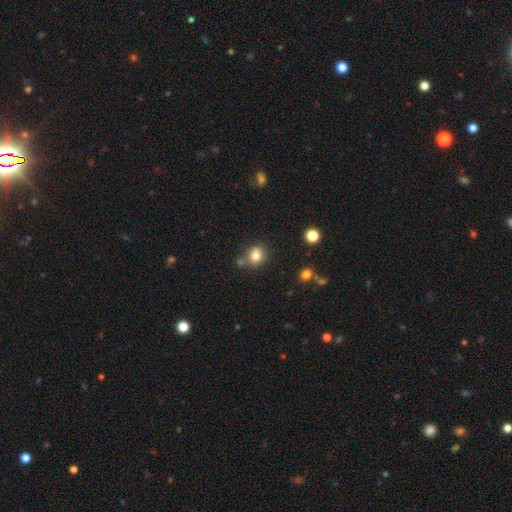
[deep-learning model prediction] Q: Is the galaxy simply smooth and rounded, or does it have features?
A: smooth — 80%.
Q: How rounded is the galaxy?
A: round — 73%.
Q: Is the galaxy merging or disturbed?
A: none — 67%.